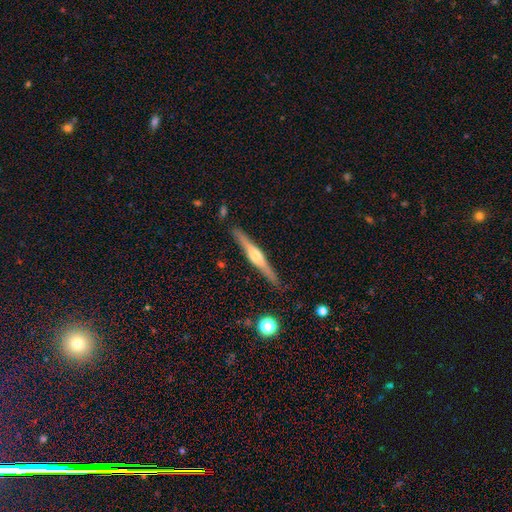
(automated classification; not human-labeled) This is likely a featured or disk galaxy (72%). It is clearly viewed edge-on (98%). Edge-on bulge: clearly rounded (87%). Merging: clearly none (89%).